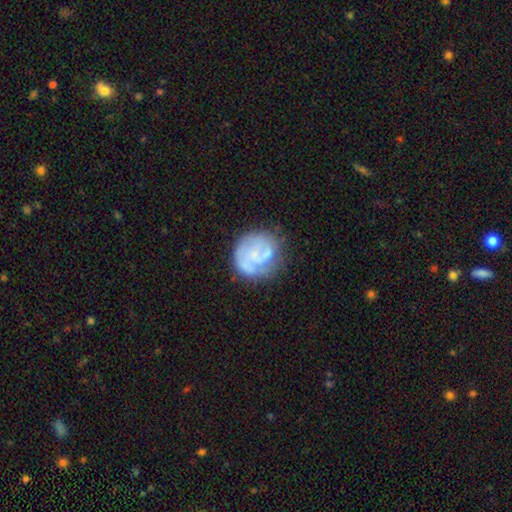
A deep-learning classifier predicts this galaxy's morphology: smooth_or_featured: featured or disk (p=0.63) [alt: smooth p=0.29]
disk_edge_on: no (p=0.98) [alt: yes p=0.02]
bar: no (p=0.68) [alt: weak p=0.26]
has_spiral_arms: yes (p=0.75) [alt: no p=0.25]
bulge_size: small (p=0.51) [alt: none p=0.31]
merging: none (p=0.64) [alt: minor disturbance p=0.21]